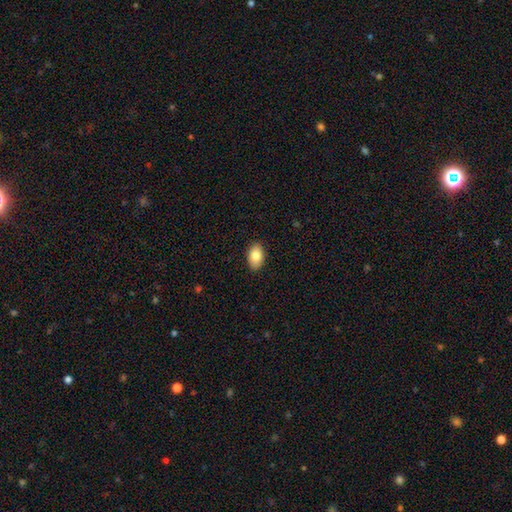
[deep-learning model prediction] Smooth or featured? smooth (84%)
How rounded? in between (91%)
Merging? none (89%)